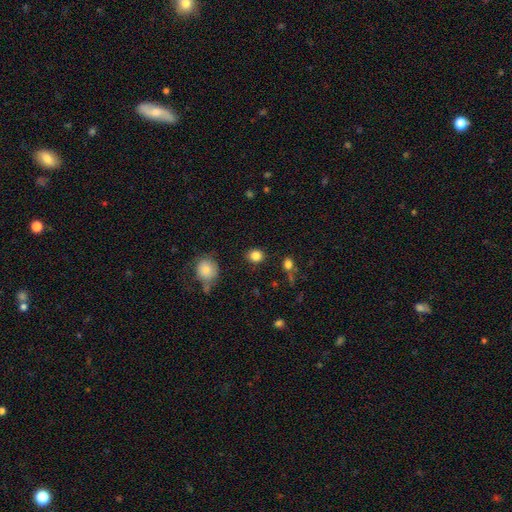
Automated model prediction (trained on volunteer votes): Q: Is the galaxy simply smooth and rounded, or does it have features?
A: smooth — 85%.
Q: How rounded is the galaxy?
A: round — 72%.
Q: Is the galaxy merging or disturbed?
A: none — 86%.